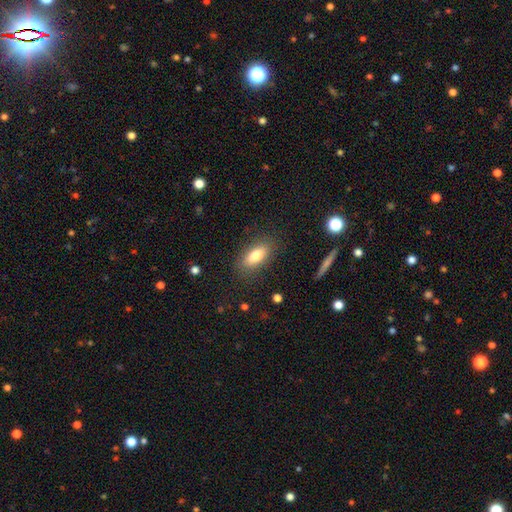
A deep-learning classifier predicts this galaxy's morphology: This appears to be a smooth galaxy with no disk features (80%) that is in between round and cigar-shaped (83%). Merging: none (84%).